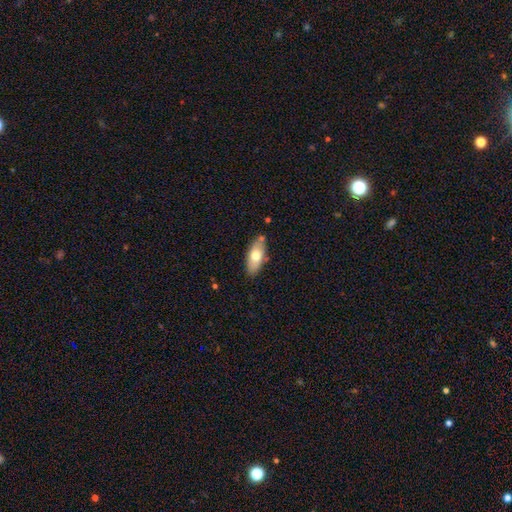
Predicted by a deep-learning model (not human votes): smooth_or_featured: smooth (p=0.67) [alt: featured or disk p=0.27]
how_rounded: in between (p=0.84) [alt: cigar-shaped p=0.13]
merging: none (p=0.78) [alt: minor disturbance p=0.15]